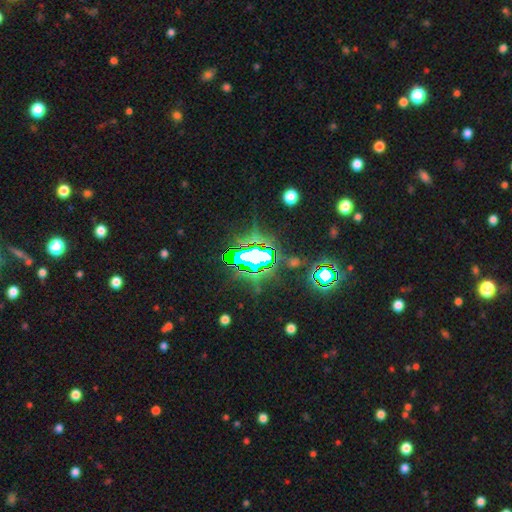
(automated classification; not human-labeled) star or artifact 74%, featured or disk 13%, smooth 13%.